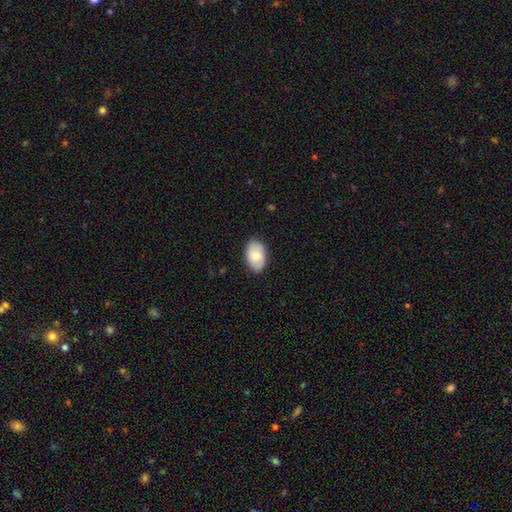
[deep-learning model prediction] smooth_or_featured: smooth (p=0.76) [alt: featured or disk p=0.18]
how_rounded: in between (p=0.91) [alt: round p=0.08]
merging: none (p=0.85) [alt: minor disturbance p=0.12]